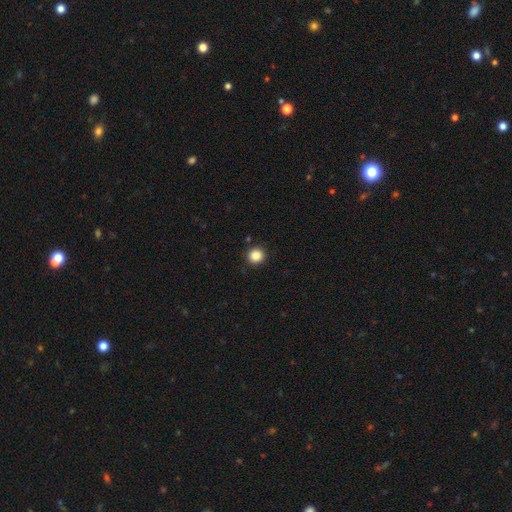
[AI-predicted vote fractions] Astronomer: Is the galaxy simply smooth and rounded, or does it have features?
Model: smooth — 86%.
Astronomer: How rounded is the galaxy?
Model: round — 94%.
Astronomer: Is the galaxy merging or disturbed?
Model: none — 91%.